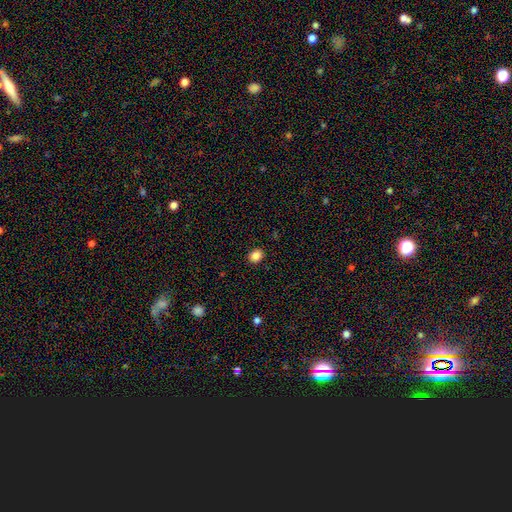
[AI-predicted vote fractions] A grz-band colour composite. It shows a smooth galaxy with no disk features (86%) that is round (52%). Merging: none (90%).